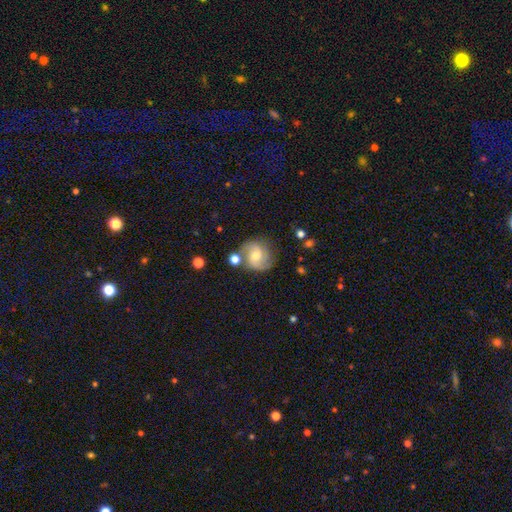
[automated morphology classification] Smooth or featured: featured or disk — 66% (smooth — 25%)
Edge-on disk: no — 98% (yes — 2%)
Bar: no — 55% (weak — 38%)
Spiral arms: yes — 92% (no — 8%)
Spiral winding: medium — 50% (tight — 26%)
Spiral arm count: 2 — 78% (can't tell — 9%)
Bulge size: moderate — 57% (small — 35%)
Merging: none — 66% (minor disturbance — 17%)